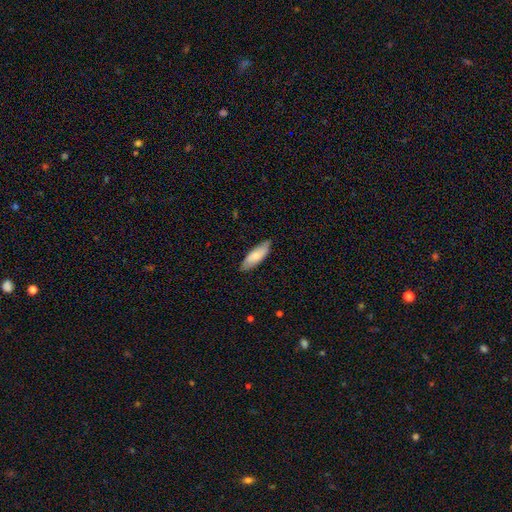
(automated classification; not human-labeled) This is likely a smooth galaxy (77%). How rounded: possibly in between (59%). Merging: clearly none (84%).